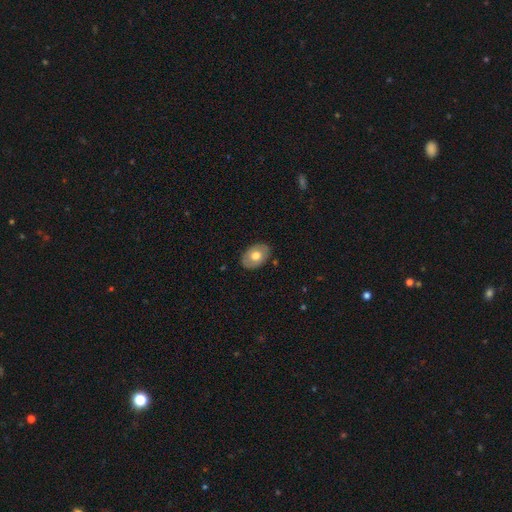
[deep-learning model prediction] The model was most divided on "smooth or featured": smooth: 61%, featured or disk: 33%, star or artifact: 6%. More confident: merging — none (85%); how rounded — in between (80%).